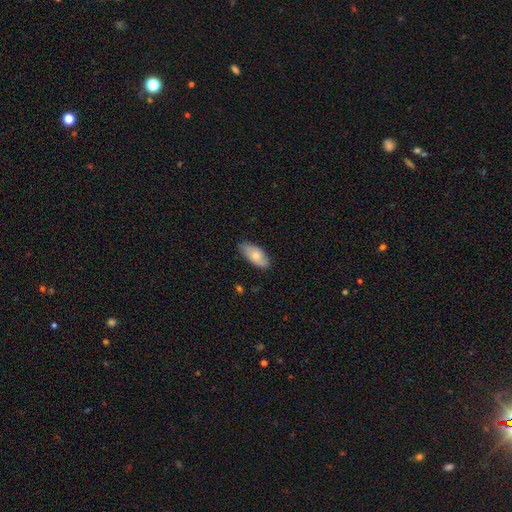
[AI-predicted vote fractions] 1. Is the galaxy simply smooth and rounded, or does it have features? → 74% smooth, 20% featured or disk, 6% star or artifact.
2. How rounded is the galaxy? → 90% in between, 7% cigar-shaped, 3% round.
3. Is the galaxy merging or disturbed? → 80% none, 17% minor disturbance, 2% major disturbance, 1% merger.